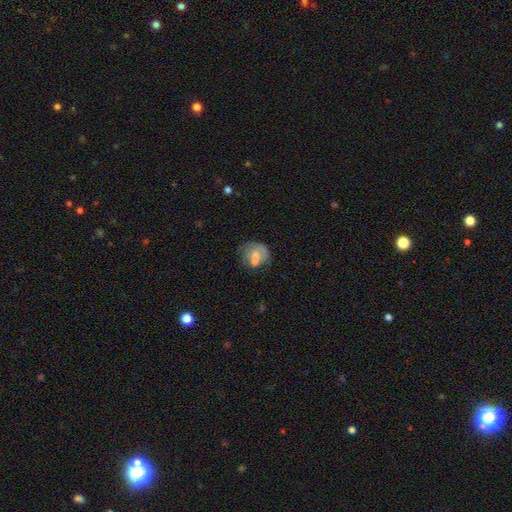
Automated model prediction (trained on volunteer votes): Smooth or featured? Predicted: smooth (p=0.55). How rounded? Predicted: round (p=0.64). Merging? Predicted: none (p=0.42).